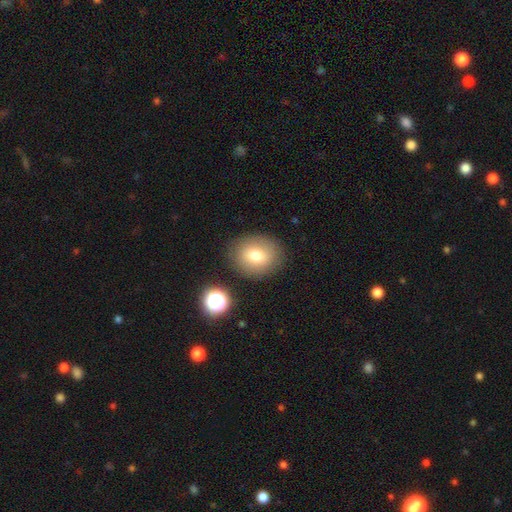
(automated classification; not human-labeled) Smooth or featured?
  - smooth: 75% *
  - featured or disk: 14%
  - star or artifact: 11%
How rounded?
  - round: 65% *
  - in between: 34%
  - cigar-shaped: 1%
Merging?
  - none: 83% *
  - minor disturbance: 10%
  - major disturbance: 4%
  - merger: 3%